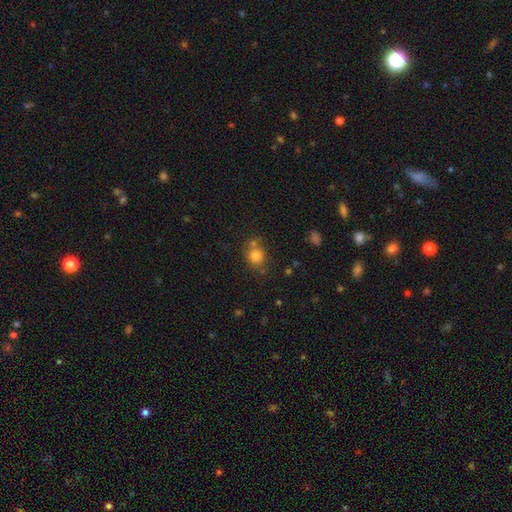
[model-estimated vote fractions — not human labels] A smooth galaxy with no disk features (80%) that is round (77%).

Vote fractions:
- Smooth or featured? smooth: 80% / star or artifact: 12% / featured or disk: 8%
- How rounded? round: 77% / in between: 22% / cigar-shaped: 1%
- Merging? none: 63% / merger: 16% / minor disturbance: 15% / major disturbance: 5%